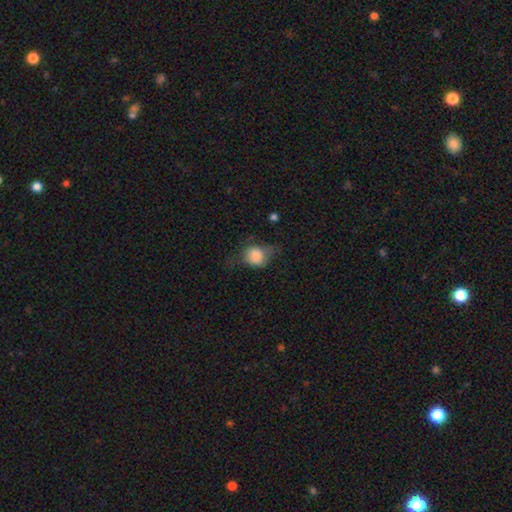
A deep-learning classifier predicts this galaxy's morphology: type=smooth (78%); roundness=round (68%); merging=none (40%).